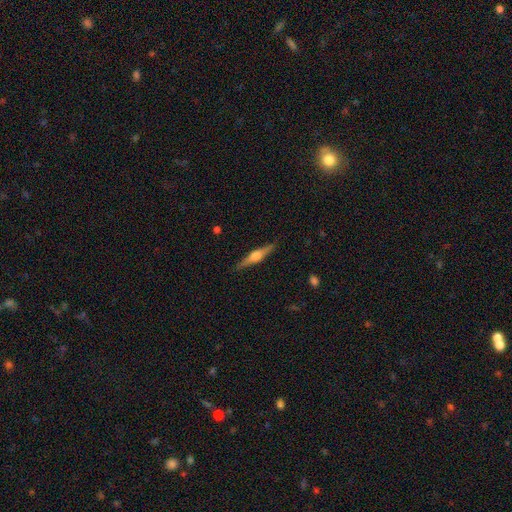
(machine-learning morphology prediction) Q: Smooth or featured?
A: featured or disk (69%); runner-up: smooth (25%)
Q: Edge-on disk?
A: yes (97%); runner-up: no (3%)
Q: Edge-on bulge?
A: rounded (86%); runner-up: boxy (10%)
Q: Merging?
A: none (89%); runner-up: minor disturbance (8%)